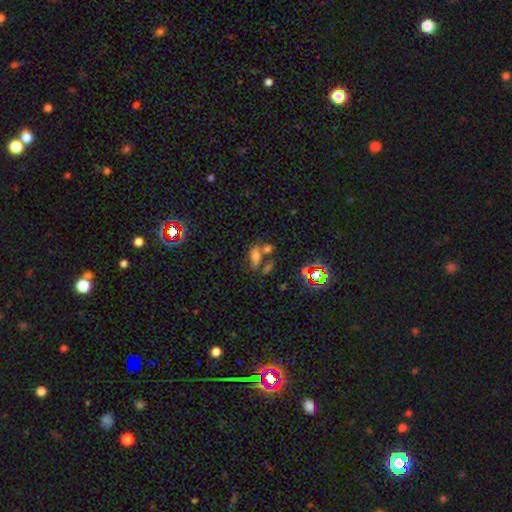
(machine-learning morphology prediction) Smooth or featured?
  - smooth: 64% *
  - star or artifact: 19%
  - featured or disk: 17%
How rounded?
  - in between: 78% *
  - cigar-shaped: 14%
  - round: 9%
Merging?
  - none: 40% * (tied)
  - merger: 40% * (tied)
  - minor disturbance: 13%
  - major disturbance: 7%